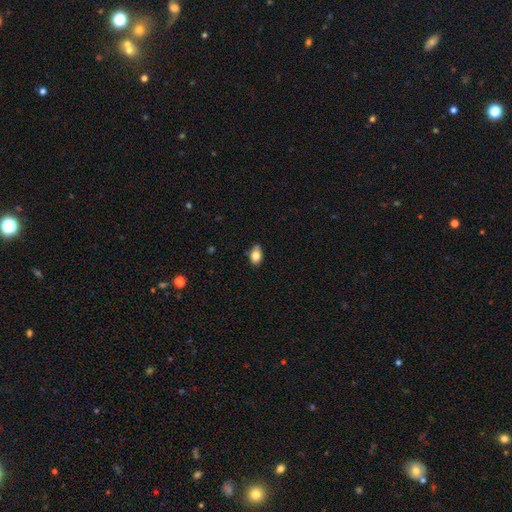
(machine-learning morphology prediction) smooth_or_featured: smooth (p=0.81) [alt: featured or disk p=0.11]
how_rounded: in between (p=0.84) [alt: round p=0.14]
merging: none (p=0.71) [alt: minor disturbance p=0.23]